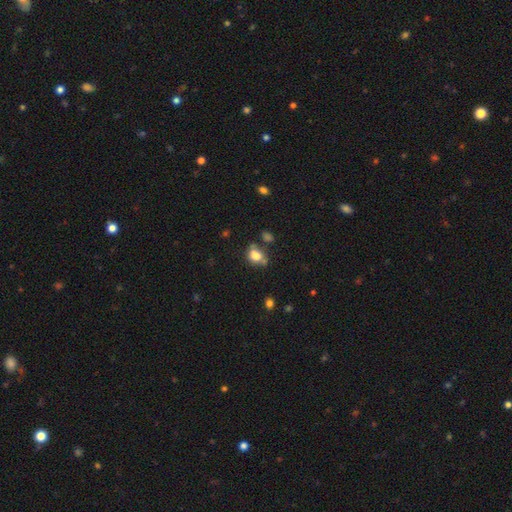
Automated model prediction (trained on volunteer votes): smooth_or_featured: smooth (p=0.76) [alt: featured or disk p=0.12]
how_rounded: round (p=0.51) [alt: in between p=0.48]
merging: none (p=0.50) [alt: minor disturbance p=0.22]